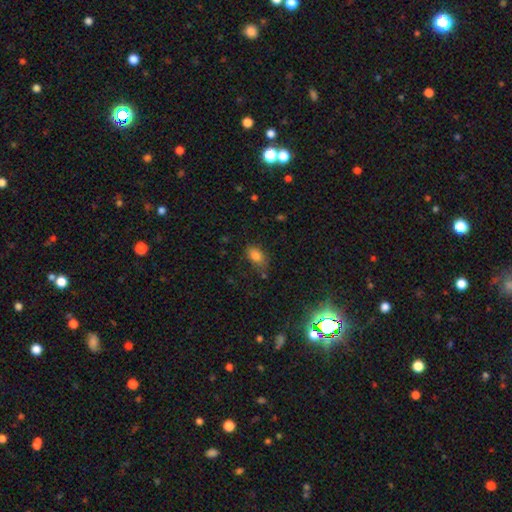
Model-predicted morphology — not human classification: Overall: smooth (82%). How rounded: in between (86%). Merging: none (70%).